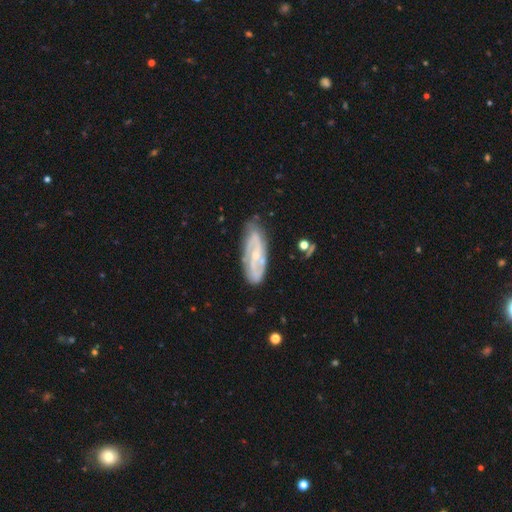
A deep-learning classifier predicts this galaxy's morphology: A featured or disk galaxy (77%) with no bar (40%), 2 (63%) medium (40%) spiral arms (88%) and a small central bulge (71%). Merging: none (77%).